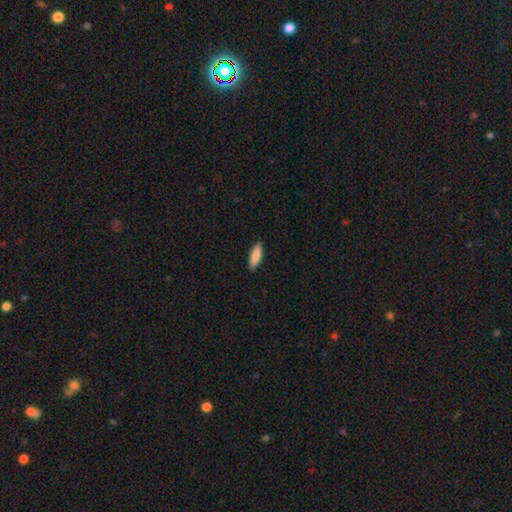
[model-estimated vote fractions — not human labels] Smooth or featured?
  - smooth: 85% *
  - featured or disk: 9%
  - star or artifact: 5%
How rounded?
  - in between: 49% * (tied)
  - cigar-shaped: 49% * (tied)
  - round: 2%
Merging?
  - none: 90% *
  - minor disturbance: 8%
  - major disturbance: 2%
  - merger: 1%